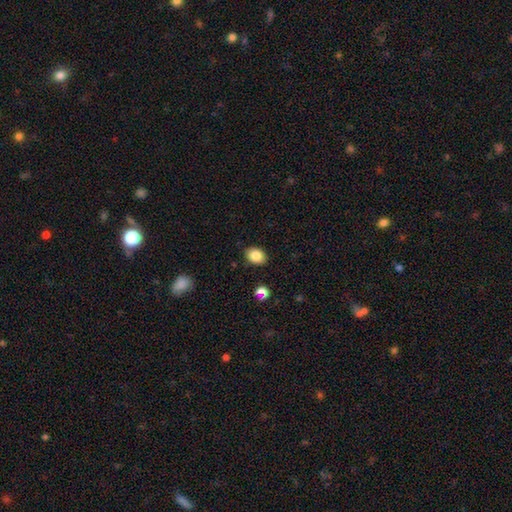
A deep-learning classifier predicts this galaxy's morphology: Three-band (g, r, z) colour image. It shows a smooth galaxy with no disk features (84%) that is in between round and cigar-shaped (62%). Merging: none (87%).